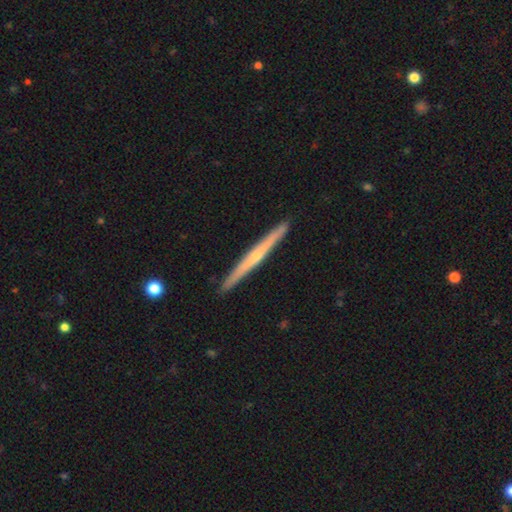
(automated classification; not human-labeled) smooth-or-featured: featured or disk: 69% | smooth: 26% | star or artifact: 5%
  disk-edge-on: yes: 98% | no: 2%
    edge-on-bulge: rounded: 60% | none: 36% | boxy: 3%
  merging: none: 92% | minor disturbance: 5% | major disturbance: 1% | merger: 1%